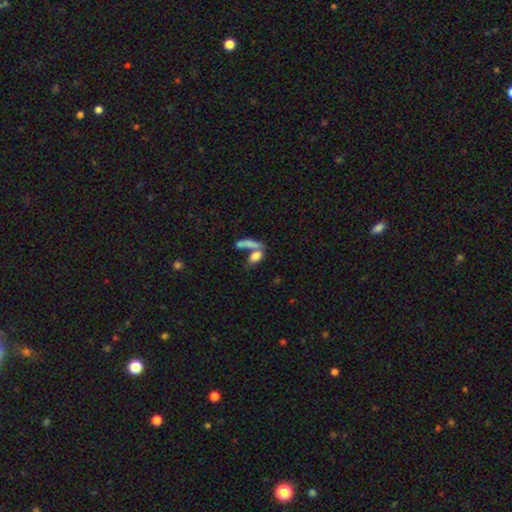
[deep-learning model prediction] Morphology: type=smooth (77%); roundness=in between (75%); merging=merger (51%).